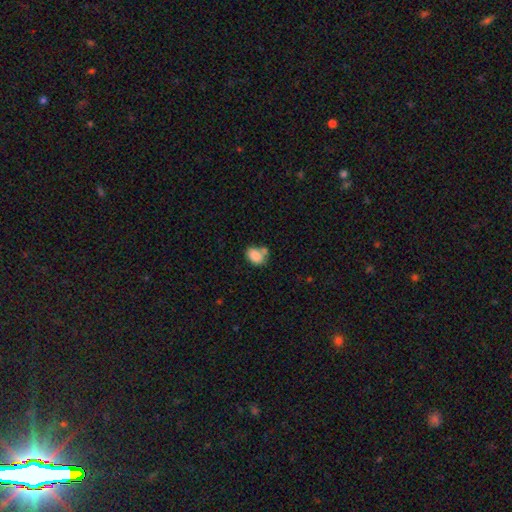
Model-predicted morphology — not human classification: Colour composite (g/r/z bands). It shows a smooth galaxy with no disk features (84%) that is in between round and cigar-shaped (77%). Merging: none (47%).